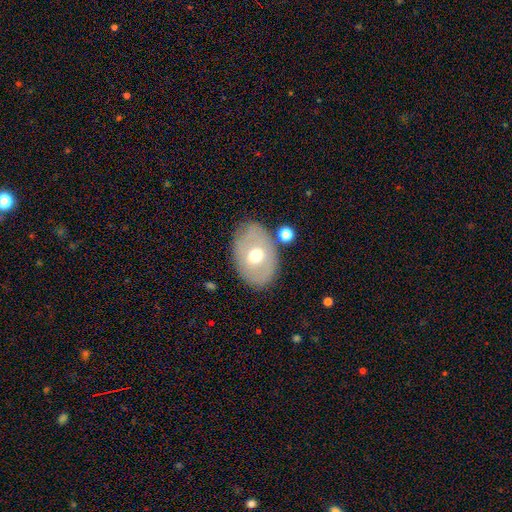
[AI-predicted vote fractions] Overall: smooth (53%; featured or disk 39%). How rounded: in between (80%). Merging: none (78%).